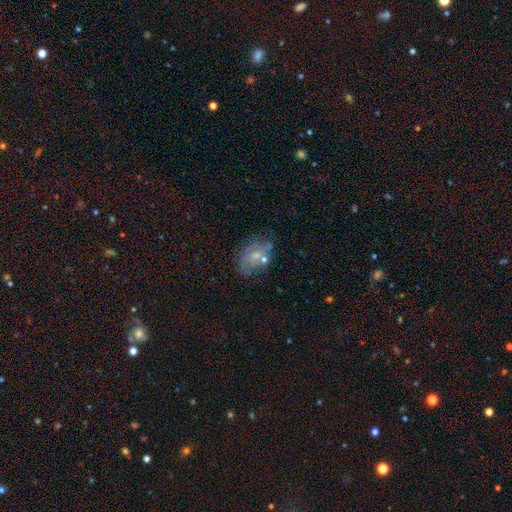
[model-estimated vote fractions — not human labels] Q: Smooth or featured?
A: featured or disk (45%); runner-up: smooth (42%)
Q: Merging?
A: none (50%); runner-up: minor disturbance (23%)